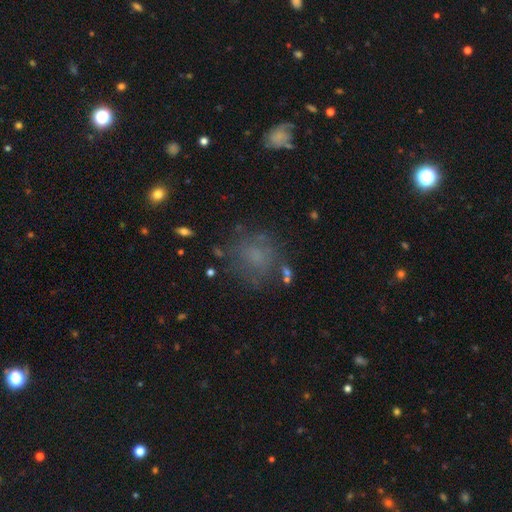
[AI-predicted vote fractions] This is possibly a smooth galaxy (57%). How rounded: likely round (76%). Merging: likely none (65%).